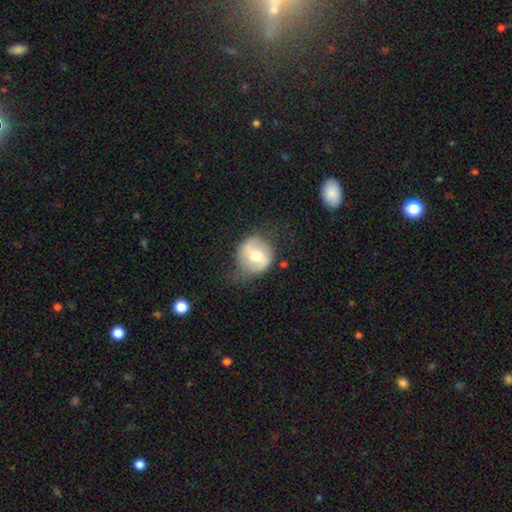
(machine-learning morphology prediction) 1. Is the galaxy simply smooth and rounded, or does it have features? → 49% smooth, 45% featured or disk, 7% star or artifact.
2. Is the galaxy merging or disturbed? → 61% none, 26% minor disturbance, 11% major disturbance, 2% merger.